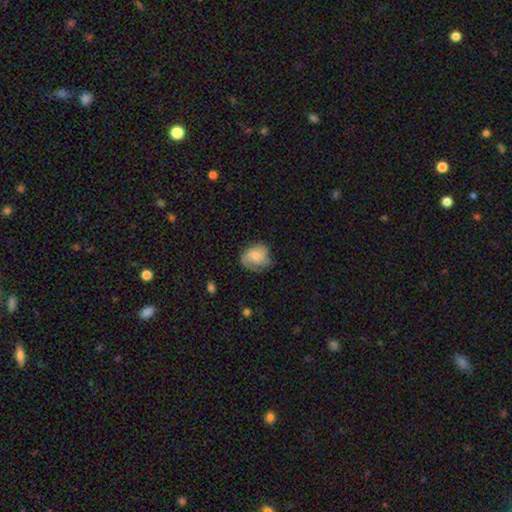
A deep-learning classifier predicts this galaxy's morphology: smooth 54%, featured or disk 38%, star or artifact 8%. Down the decision tree: how rounded — round (62%); merging — none (59%).